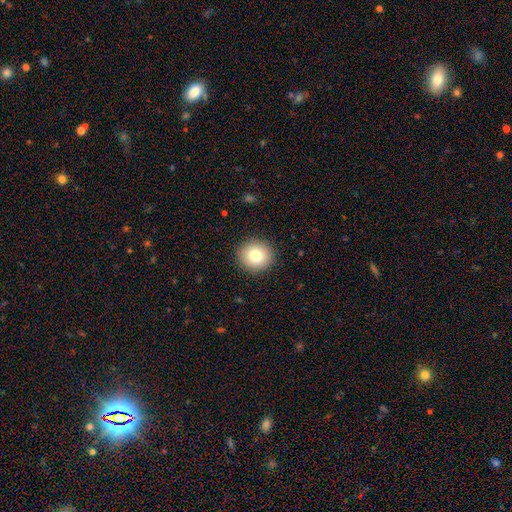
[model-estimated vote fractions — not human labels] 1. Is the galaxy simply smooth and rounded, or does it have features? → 79% smooth, 10% featured or disk, 10% star or artifact.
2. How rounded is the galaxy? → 87% round, 12% in between, 1% cigar-shaped.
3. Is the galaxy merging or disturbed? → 91% none, 6% minor disturbance, 2% major disturbance, 1% merger.